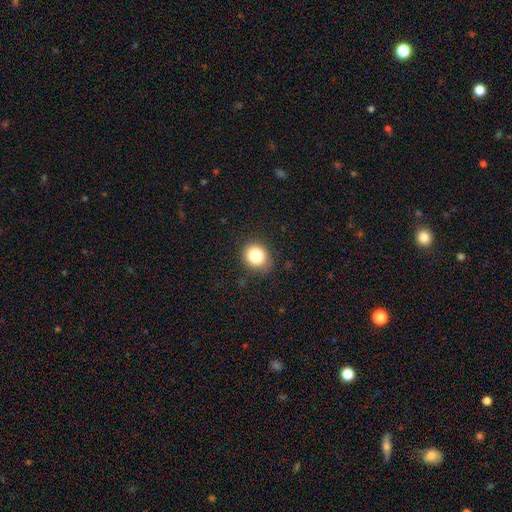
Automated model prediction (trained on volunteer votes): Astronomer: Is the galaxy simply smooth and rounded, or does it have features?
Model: smooth — 83%.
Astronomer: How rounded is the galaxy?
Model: round — 73%.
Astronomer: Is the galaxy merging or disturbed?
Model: none — 82%.